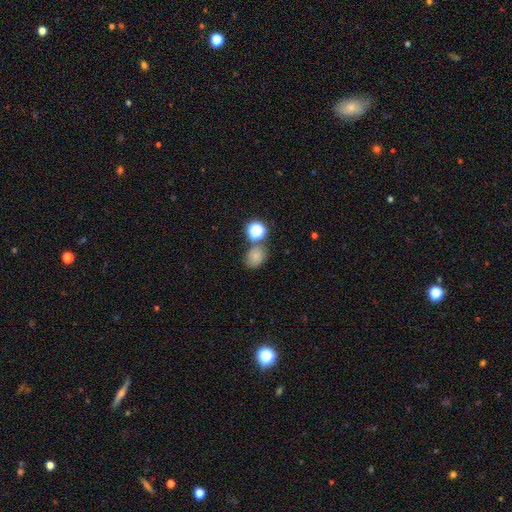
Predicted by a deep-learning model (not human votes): Q: Smooth or featured?
A: smooth (70%); runner-up: star or artifact (19%)
Q: How rounded?
A: round (51%); runner-up: in between (47%)
Q: Merging?
A: none (65%); runner-up: minor disturbance (15%)